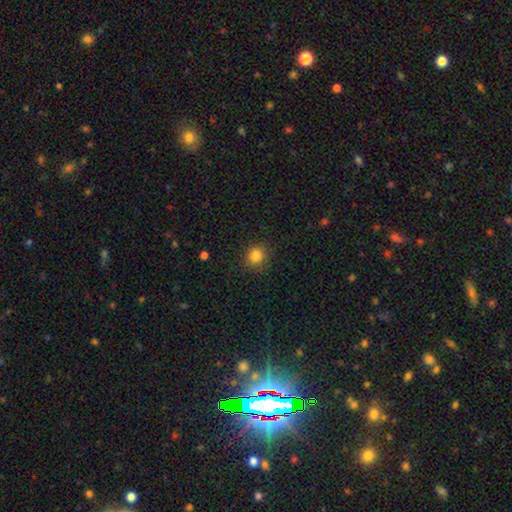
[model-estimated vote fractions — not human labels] A smooth galaxy with no disk features (84%) that is round (89%).

Vote fractions:
- Smooth or featured? smooth: 84% / star or artifact: 12% / featured or disk: 5%
- How rounded? round: 89% / in between: 10% / cigar-shaped: 1%
- Merging? none: 87% / minor disturbance: 9% / major disturbance: 3% / merger: 1%